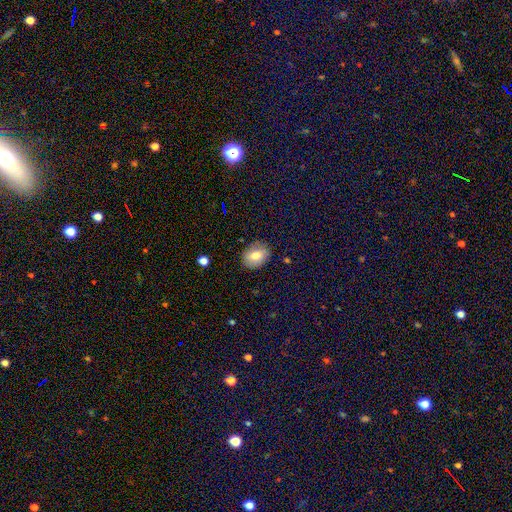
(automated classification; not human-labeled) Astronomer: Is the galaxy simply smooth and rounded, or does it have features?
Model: smooth — 75%.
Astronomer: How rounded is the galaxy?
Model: in between — 66%.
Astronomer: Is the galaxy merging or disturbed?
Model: none — 84%.